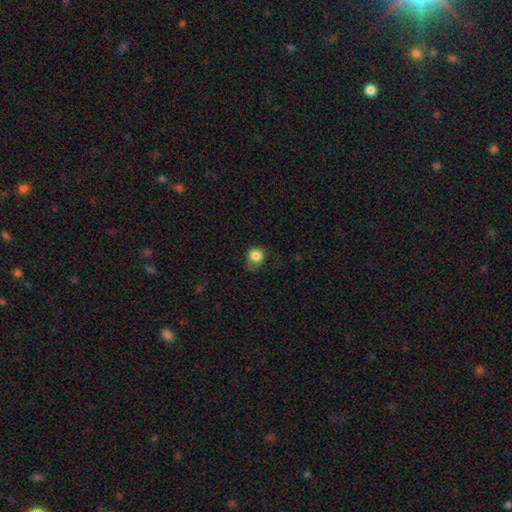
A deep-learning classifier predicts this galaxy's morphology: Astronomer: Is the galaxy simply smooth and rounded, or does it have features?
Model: smooth — 84%.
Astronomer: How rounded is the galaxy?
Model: round — 87%.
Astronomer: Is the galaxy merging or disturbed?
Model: none — 64%.